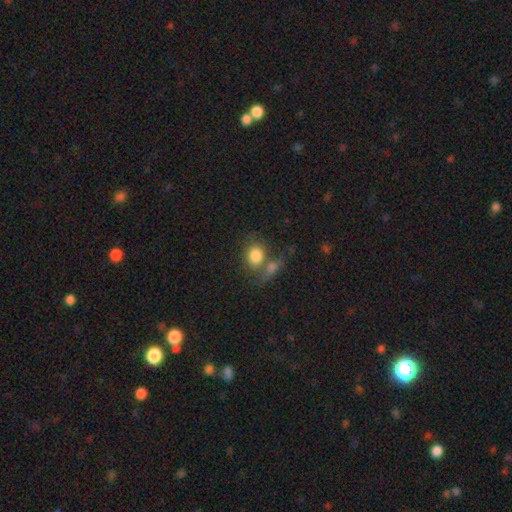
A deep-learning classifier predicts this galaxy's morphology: This is clearly a smooth galaxy (82%). How rounded: possibly in between (57%). Merging: marginally none (40%).